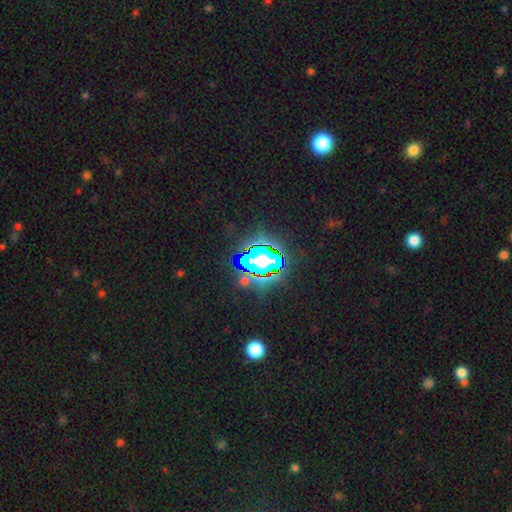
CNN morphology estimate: smooth_or_featured: star or artifact (p=0.65) [alt: smooth p=0.21]